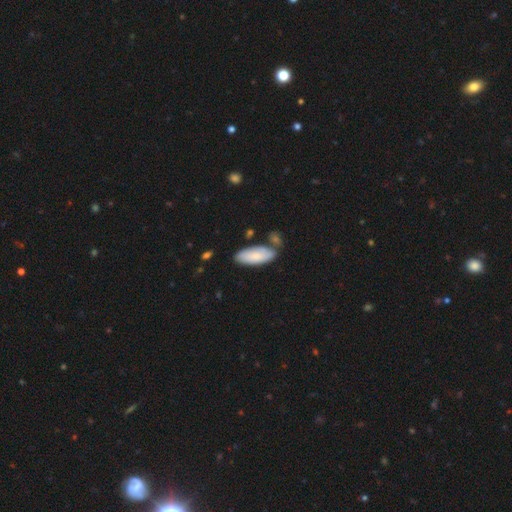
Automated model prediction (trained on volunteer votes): The model was most divided on "merging": none: 68%, minor disturbance: 18%, merger: 11%, major disturbance: 4%. More confident: smooth or featured — smooth (81%); how rounded — in between (78%).